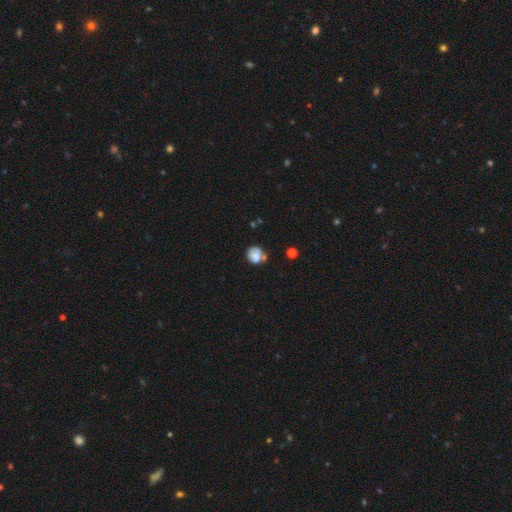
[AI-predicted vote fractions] Morphology: type=smooth (79%); roundness=round (79%); merging=none (55%).